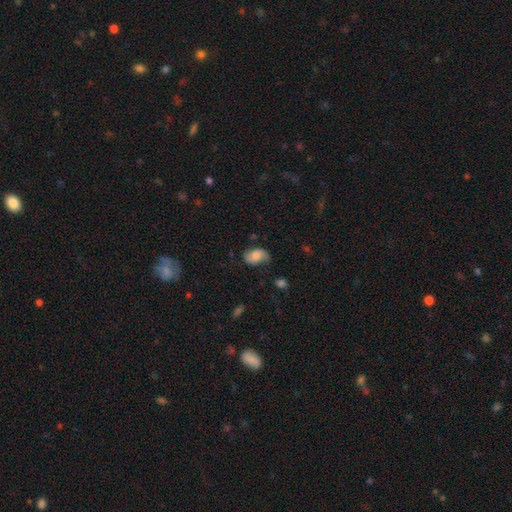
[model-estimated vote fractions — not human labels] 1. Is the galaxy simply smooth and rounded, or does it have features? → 64% smooth, 28% featured or disk, 8% star or artifact.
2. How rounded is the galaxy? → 88% in between, 11% round, 1% cigar-shaped.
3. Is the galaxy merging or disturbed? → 61% none, 28% minor disturbance, 9% major disturbance, 2% merger.